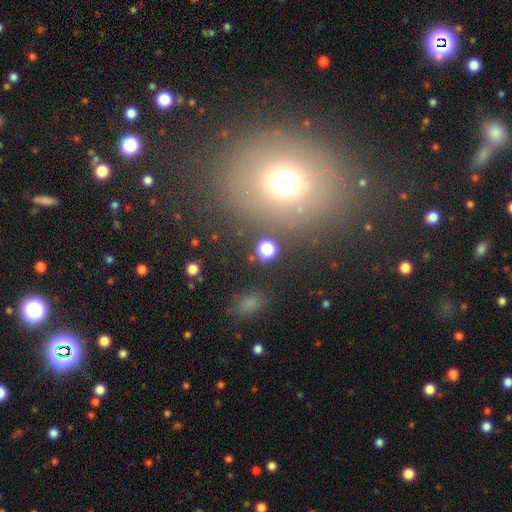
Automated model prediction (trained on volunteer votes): smooth_or_featured: smooth (p=0.59) [alt: star or artifact p=0.26]
how_rounded: round (p=0.57) [alt: in between p=0.42]
merging: none (p=0.82) [alt: minor disturbance p=0.09]